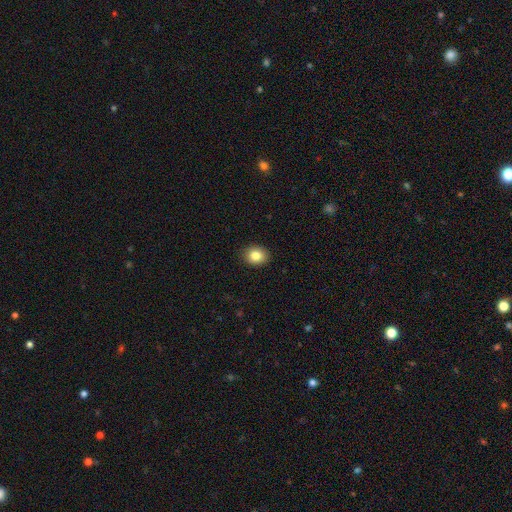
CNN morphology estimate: A smooth galaxy with no disk features (83%) that is round (56%). Merging: none (90%).